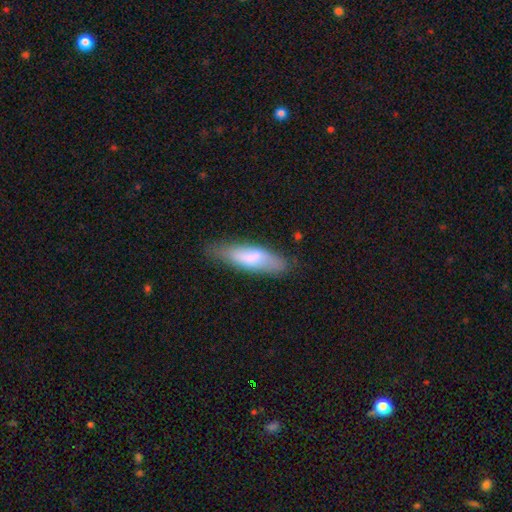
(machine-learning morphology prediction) Overall: smooth (73%). How rounded: cigar-shaped (51%; in between 47%). Merging: none (76%).